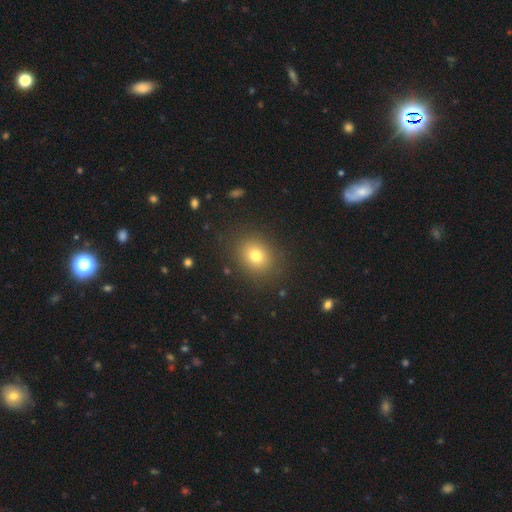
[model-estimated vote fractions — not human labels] A smooth galaxy with no disk features (77%) that is round (61%).

Vote fractions:
- Smooth or featured? smooth: 77% / star or artifact: 14% / featured or disk: 10%
- How rounded? round: 61% / in between: 38% / cigar-shaped: 1%
- Merging? none: 87% / minor disturbance: 8% / major disturbance: 4% / merger: 1%